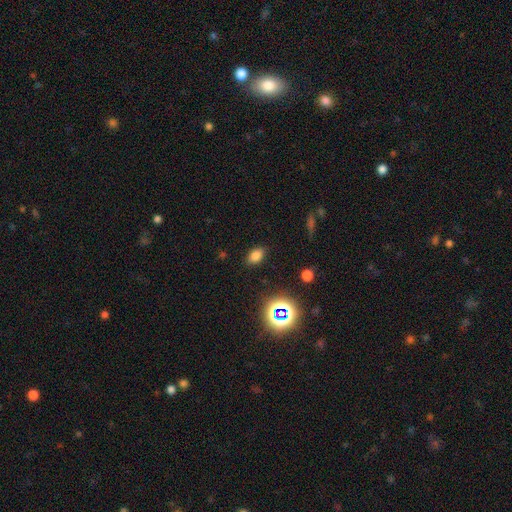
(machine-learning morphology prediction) This is likely a smooth galaxy (75%). How rounded: clearly in between (86%). Merging: clearly none (86%).